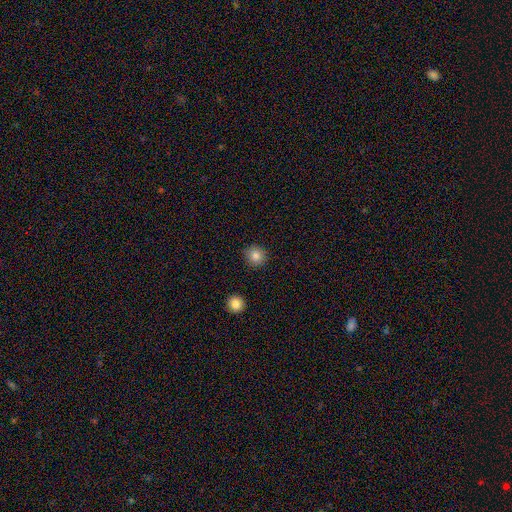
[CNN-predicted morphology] smooth_or_featured: smooth (p=0.84) [alt: star or artifact p=0.10]
how_rounded: round (p=0.90) [alt: in between p=0.09]
merging: none (p=0.89) [alt: minor disturbance p=0.07]